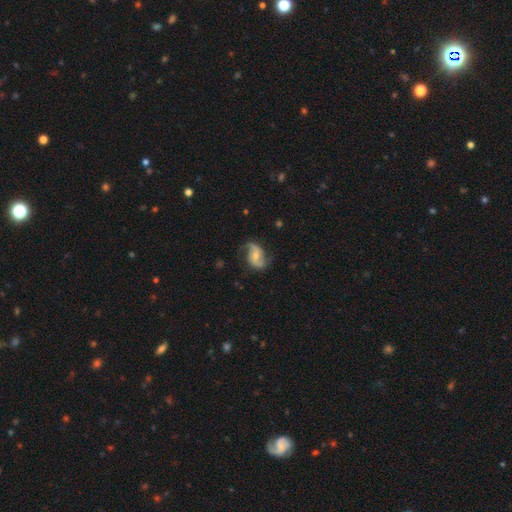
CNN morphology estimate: smooth-or-featured: featured or disk: 83% | smooth: 11% | star or artifact: 6%
  disk-edge-on: no: 97% | yes: 3%
    bar: no: 46% | weak: 39% | strong: 15%
    has-spiral-arms: yes: 96% | no: 4%
      spiral-winding: loose: 55% | medium: 35% | tight: 11%
      spiral-arm-count: 2: 91% | can't tell: 3% | 1: 2% | 3: 1% | 4: 1% | more than 4: 1%
    bulge-size: small: 47% | moderate: 46% | none: 3% | large: 2% | dominant: 1%
  merging: none: 74% | minor disturbance: 18% | major disturbance: 7% | merger: 1%